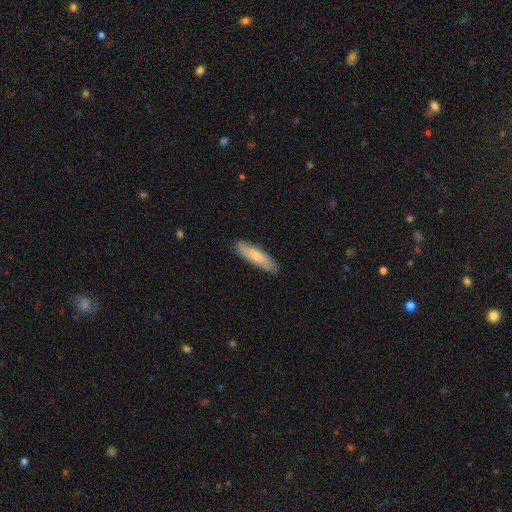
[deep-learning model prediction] Smooth or featured?
  - smooth: 69% *
  - featured or disk: 26%
  - star or artifact: 5%
How rounded?
  - cigar-shaped: 65% *
  - in between: 33%
  - round: 2%
Merging?
  - none: 86% *
  - minor disturbance: 11%
  - major disturbance: 2%
  - merger: 1%